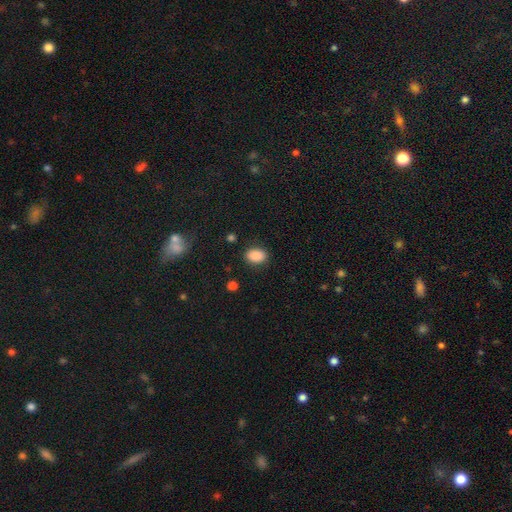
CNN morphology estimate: Smooth or featured?
  - smooth: 88% *
  - star or artifact: 8%
  - featured or disk: 4%
How rounded?
  - in between: 81% *
  - round: 18%
  - cigar-shaped: 1%
Merging?
  - none: 86% *
  - minor disturbance: 10%
  - major disturbance: 3%
  - merger: 1%